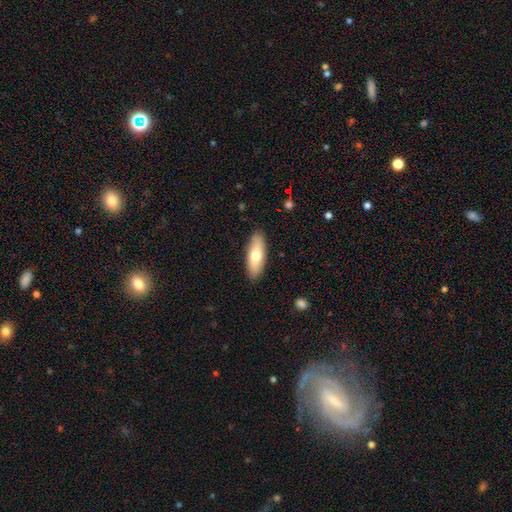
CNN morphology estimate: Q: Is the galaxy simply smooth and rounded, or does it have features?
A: smooth — 70%.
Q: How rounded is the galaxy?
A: in between — 66%.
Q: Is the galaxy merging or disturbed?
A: none — 88%.